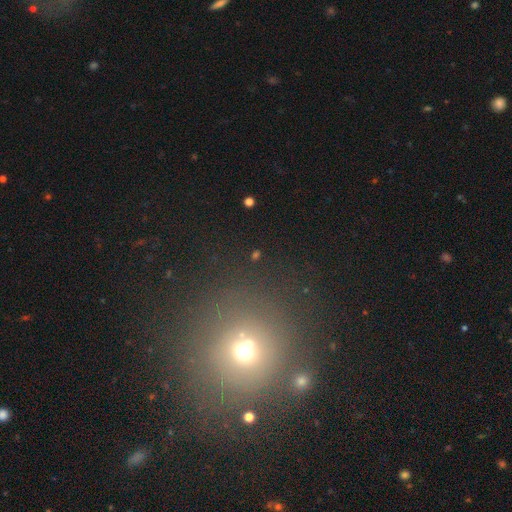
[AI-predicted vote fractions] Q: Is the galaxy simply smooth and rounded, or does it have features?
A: star or artifact — 50%.